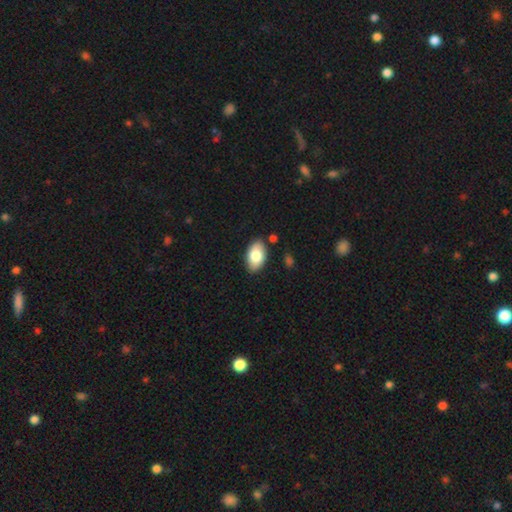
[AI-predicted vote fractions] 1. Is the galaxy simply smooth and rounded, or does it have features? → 81% smooth, 12% featured or disk, 6% star or artifact.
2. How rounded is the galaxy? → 94% in between, 5% round, 1% cigar-shaped.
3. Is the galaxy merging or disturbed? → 84% none, 11% minor disturbance, 3% merger, 2% major disturbance.